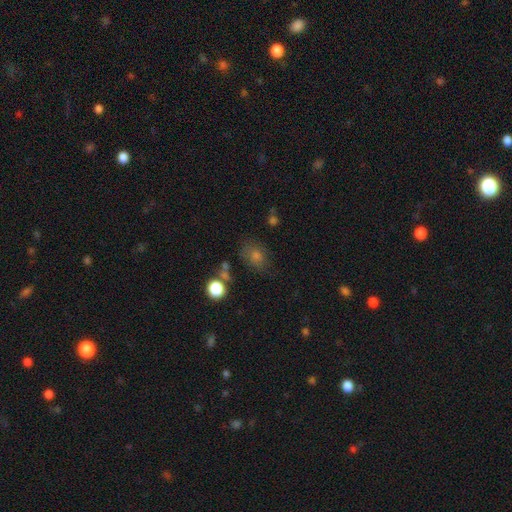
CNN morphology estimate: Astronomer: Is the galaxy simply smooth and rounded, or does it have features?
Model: smooth — 65%.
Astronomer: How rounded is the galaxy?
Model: in between — 56% (runner-up: round, 42%).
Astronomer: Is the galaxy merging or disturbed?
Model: none — 71%.